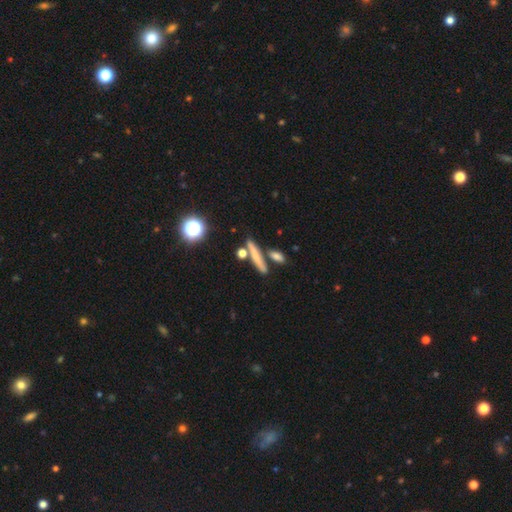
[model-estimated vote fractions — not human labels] Smooth or featured? Predicted: smooth (p=0.59). How rounded? Predicted: cigar-shaped (p=0.79). Merging? Predicted: none (p=0.72).